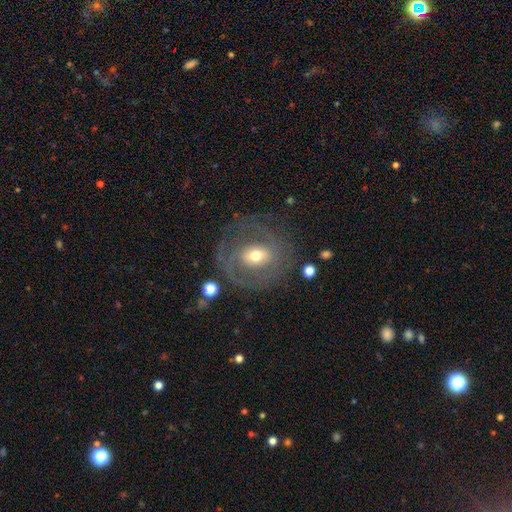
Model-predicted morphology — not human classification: Q: Smooth or featured?
A: featured or disk (70%); runner-up: smooth (23%)
Q: Edge-on disk?
A: no (96%); runner-up: yes (4%)
Q: Bar?
A: weak (40%); runner-up: no (39%)
Q: Spiral arms?
A: yes (69%); runner-up: no (31%)
Q: Bulge size?
A: moderate (69%); runner-up: small (21%)
Q: Merging?
A: none (66%); runner-up: minor disturbance (17%)